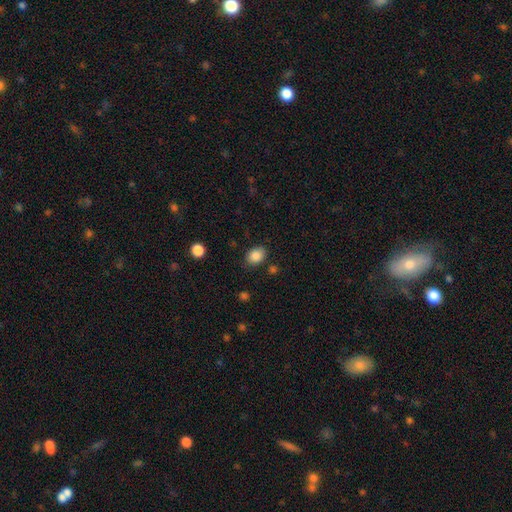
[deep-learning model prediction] Q: Smooth or featured?
A: smooth (86%); runner-up: star or artifact (9%)
Q: How rounded?
A: in between (65%); runner-up: round (34%)
Q: Merging?
A: none (81%); runner-up: minor disturbance (13%)